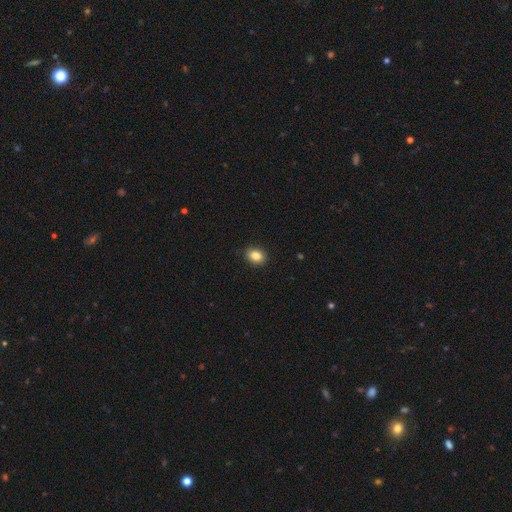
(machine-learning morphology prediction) This appears to be a smooth galaxy with no disk features (85%) that is in between round and cigar-shaped (53%). Merging: none (90%).